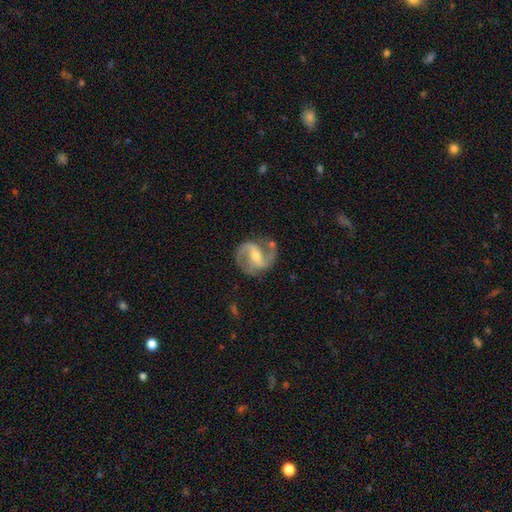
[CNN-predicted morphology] Q: Smooth or featured?
A: featured or disk (89%); runner-up: smooth (6%)
Q: Edge-on disk?
A: no (98%); runner-up: yes (2%)
Q: Bar?
A: strong (44%); runner-up: weak (40%)
Q: Spiral arms?
A: yes (96%); runner-up: no (4%)
Q: Spiral winding?
A: medium (54%); runner-up: loose (31%)
Q: Spiral arm count?
A: 2 (89%); runner-up: 3 (4%)
Q: Bulge size?
A: moderate (53%); runner-up: small (42%)
Q: Merging?
A: none (72%); runner-up: minor disturbance (17%)